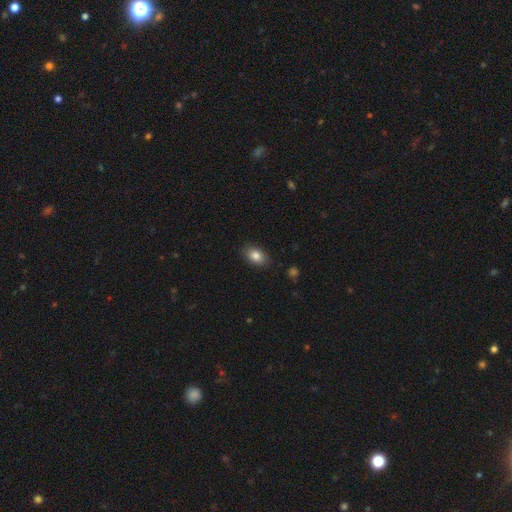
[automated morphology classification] The model was most divided on "how rounded": in between: 87%, round: 12%, cigar-shaped: 2%. More confident: merging — none (87%); smooth or featured — smooth (84%).